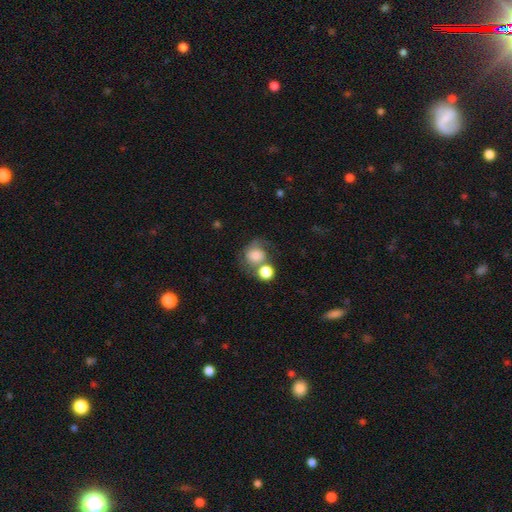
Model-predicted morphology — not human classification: type=smooth (68%); roundness=round (72%); merging=none (36%).